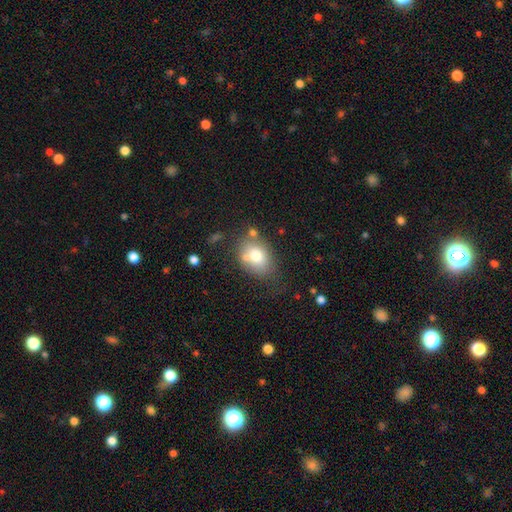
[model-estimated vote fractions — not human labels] smooth 73%, featured or disk 17%, star or artifact 9%. Down the decision tree: how rounded — in between (70%); merging — none (57%).